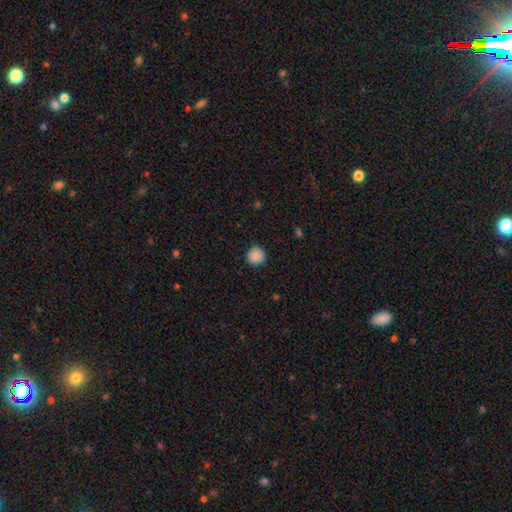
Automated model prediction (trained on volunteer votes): Smooth or featured? smooth (88%)
How rounded? round (93%)
Merging? none (87%)